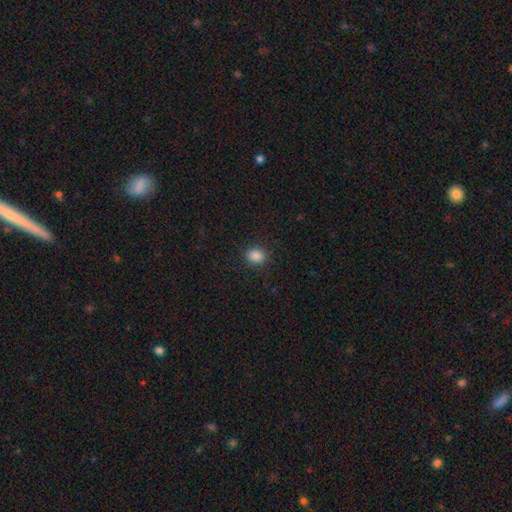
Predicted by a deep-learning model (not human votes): Smooth or featured? smooth (86%)
How rounded? round (59%)
Merging? none (88%)